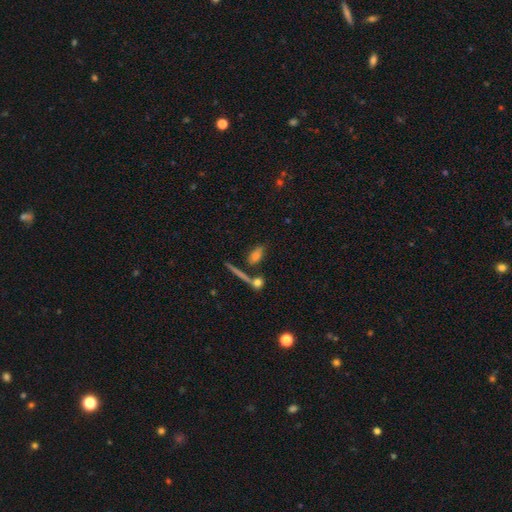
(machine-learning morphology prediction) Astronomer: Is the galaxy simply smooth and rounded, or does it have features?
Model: smooth — 62%.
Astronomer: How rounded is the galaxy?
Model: in between — 55% (runner-up: cigar-shaped, 31%).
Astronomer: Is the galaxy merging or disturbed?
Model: none — 63%.